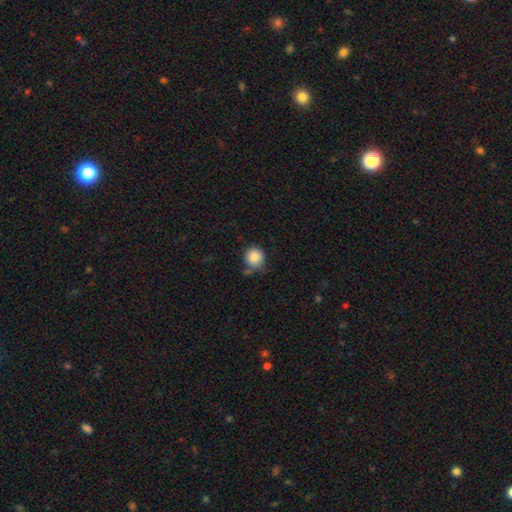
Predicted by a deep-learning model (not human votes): smooth 87%, star or artifact 8%, featured or disk 5%. Down the decision tree: how rounded — round (87%); merging — none (60%).